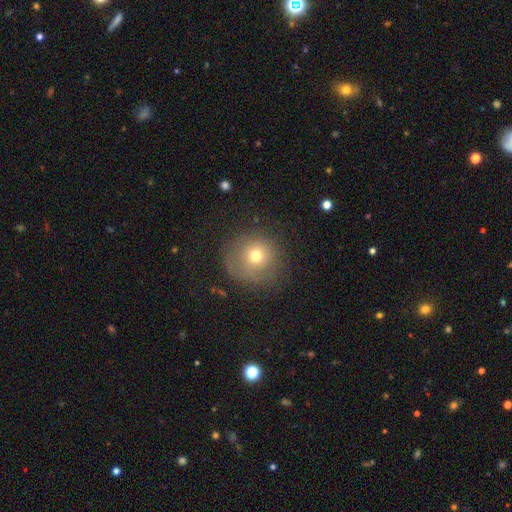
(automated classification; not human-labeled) A smooth galaxy with no disk features (67%) that is round (92%). Merging: none (75%).